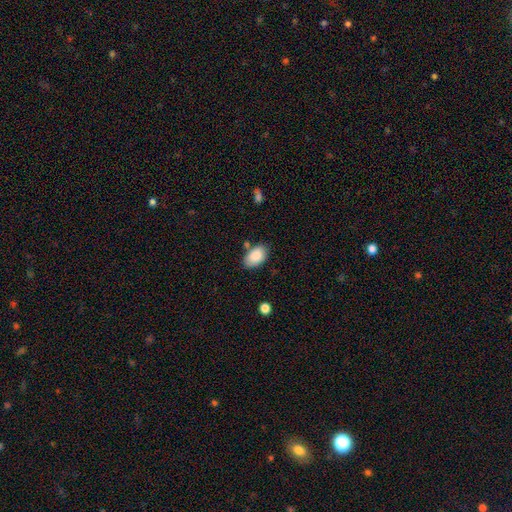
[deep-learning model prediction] Overall: smooth (86%). How rounded: in between (93%). Merging: none (74%).